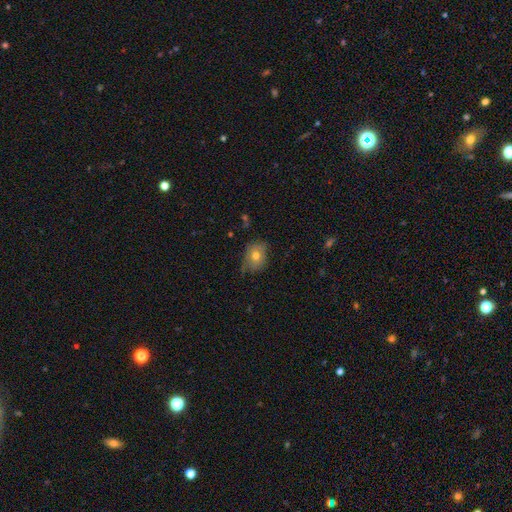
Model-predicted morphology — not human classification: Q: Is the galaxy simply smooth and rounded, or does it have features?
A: smooth — 71%.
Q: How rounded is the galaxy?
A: in between — 55%.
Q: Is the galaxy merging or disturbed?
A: none — 65%.